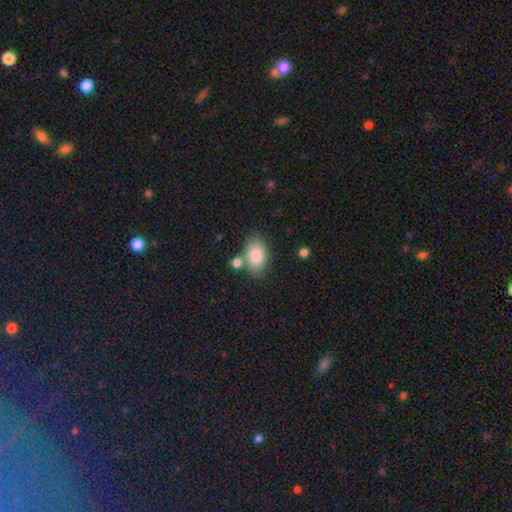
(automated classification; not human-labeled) Overall: smooth (85%). How rounded: in between (91%). Merging: none (67%).